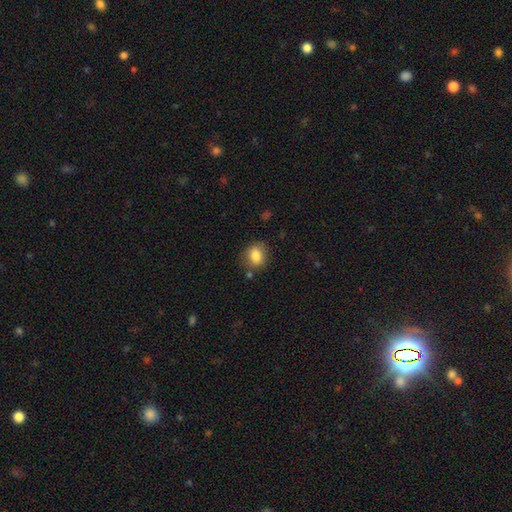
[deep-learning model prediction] smooth-or-featured: smooth: 83% | star or artifact: 9% | featured or disk: 8%
  how-rounded: round: 54% | in between: 45% | cigar-shaped: 1%
  merging: none: 77% | minor disturbance: 15% | major disturbance: 4% | merger: 4%